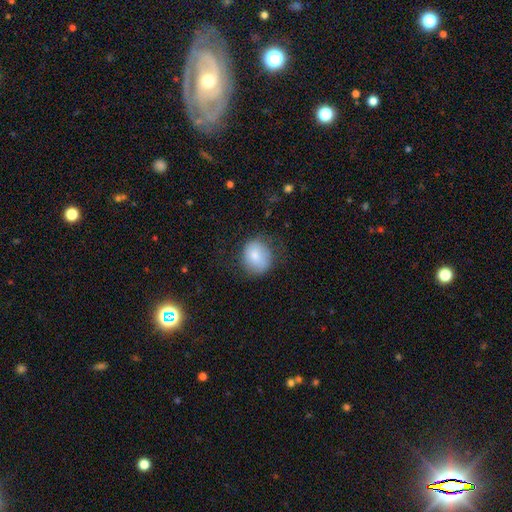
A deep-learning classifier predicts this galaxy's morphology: smooth 80%, featured or disk 12%, star or artifact 7%. Down the decision tree: how rounded — round (68%); merging — none (70%).